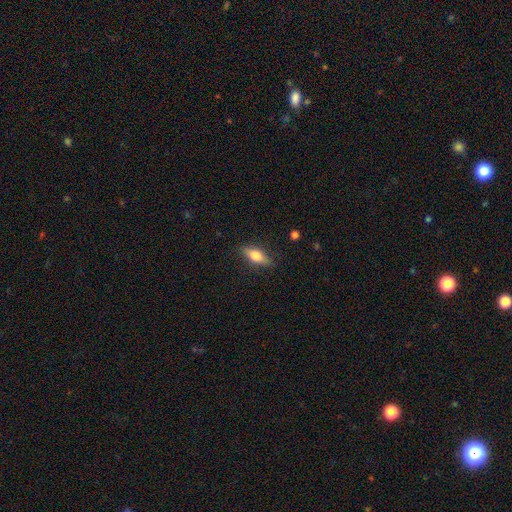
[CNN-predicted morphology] Smooth or featured: smooth — 66% (featured or disk — 27%)
How rounded: in between — 67% (cigar-shaped — 29%)
Merging: none — 84% (minor disturbance — 12%)